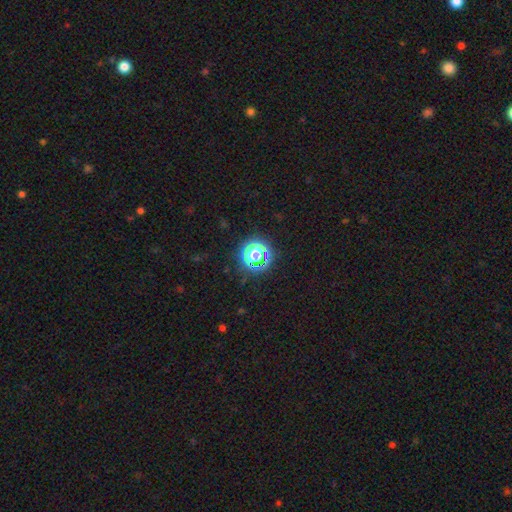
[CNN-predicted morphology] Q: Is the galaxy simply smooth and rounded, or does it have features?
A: star or artifact — 56%.